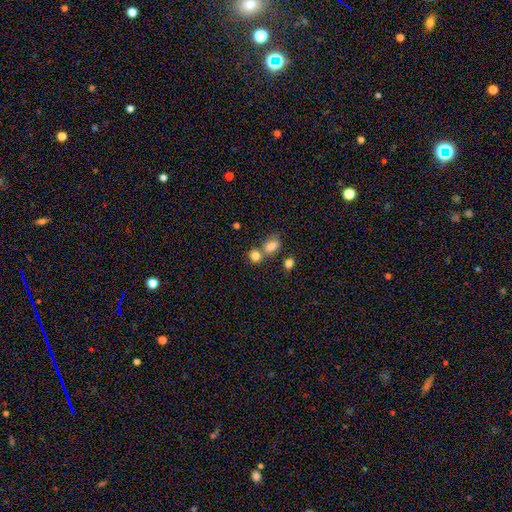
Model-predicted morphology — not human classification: A smooth galaxy with no disk features (81%) that is round (67%).

Vote fractions:
- Smooth or featured? smooth: 81% / star or artifact: 12% / featured or disk: 7%
- How rounded? round: 67% / in between: 32% / cigar-shaped: 2%
- Merging? none: 52% / merger: 34% / minor disturbance: 10% / major disturbance: 4%